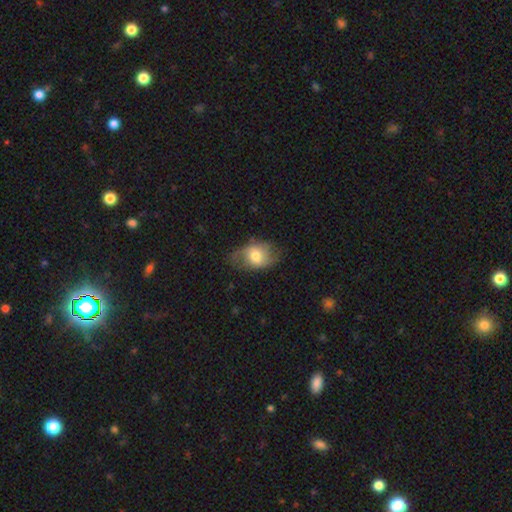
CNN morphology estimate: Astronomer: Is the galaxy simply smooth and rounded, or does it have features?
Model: smooth — 59%.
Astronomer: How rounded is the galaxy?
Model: in between — 75%.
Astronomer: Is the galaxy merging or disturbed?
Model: none — 60%.